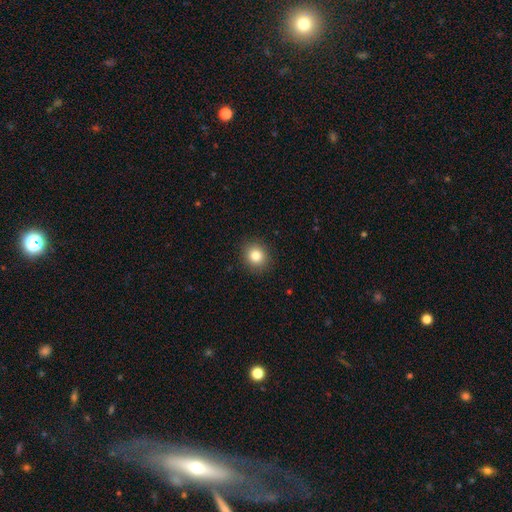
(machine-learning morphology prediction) This is clearly a smooth galaxy (83%). How rounded: clearly round (82%). Merging: clearly none (90%).